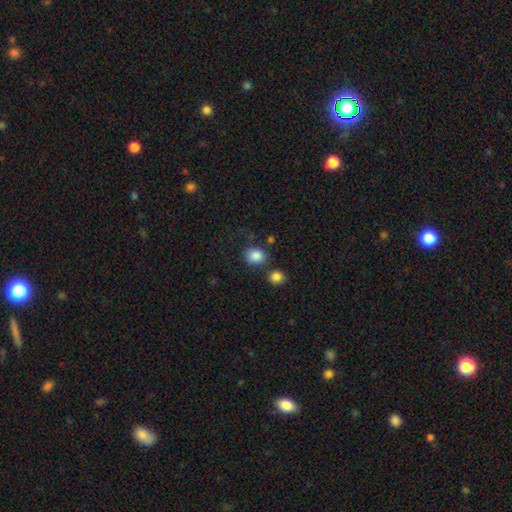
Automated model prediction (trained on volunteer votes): Overall: smooth (86%). How rounded: round (67%; in between 32%). Merging: none (74%).